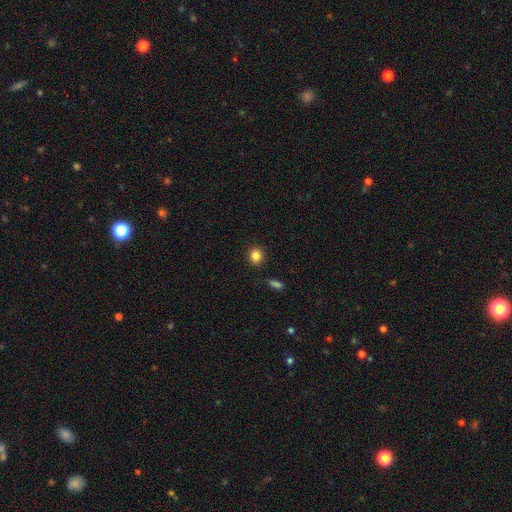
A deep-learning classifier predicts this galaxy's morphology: Q: Smooth or featured?
A: smooth (85%); runner-up: star or artifact (10%)
Q: How rounded?
A: round (79%); runner-up: in between (20%)
Q: Merging?
A: none (88%); runner-up: minor disturbance (8%)